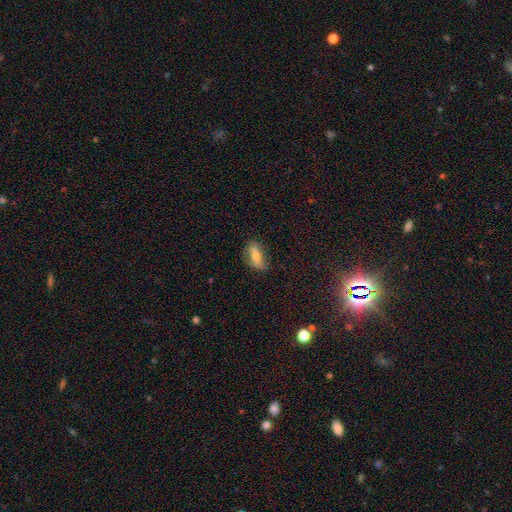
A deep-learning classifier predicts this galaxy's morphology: A smooth galaxy with no disk features (52%) that is in between round and cigar-shaped (71%).

Vote fractions:
- Smooth or featured? smooth: 52% / featured or disk: 34% / star or artifact: 14%
- How rounded? in between: 71% / cigar-shaped: 21% / round: 8%
- Merging? none: 70% / minor disturbance: 21% / major disturbance: 7% / merger: 2%